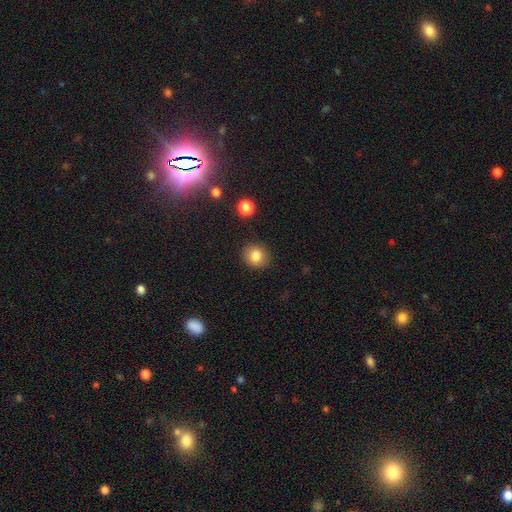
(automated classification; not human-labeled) Smooth or featured: smooth — 83% (star or artifact — 10%)
How rounded: round — 83% (in between — 16%)
Merging: none — 89% (minor disturbance — 7%)